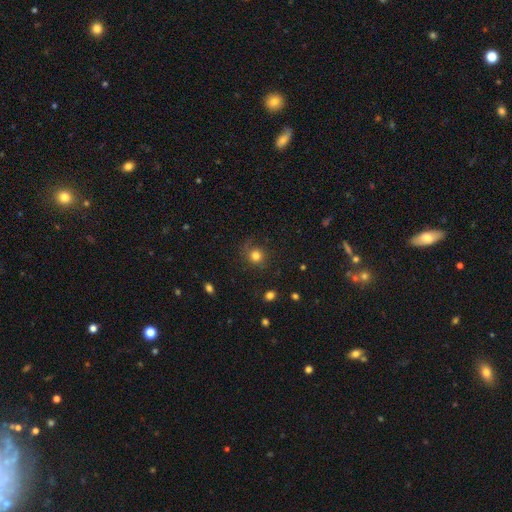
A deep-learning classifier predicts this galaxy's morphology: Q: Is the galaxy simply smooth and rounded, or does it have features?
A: smooth — 75%.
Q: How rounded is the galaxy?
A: round — 87%.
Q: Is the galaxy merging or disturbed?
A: none — 72%.